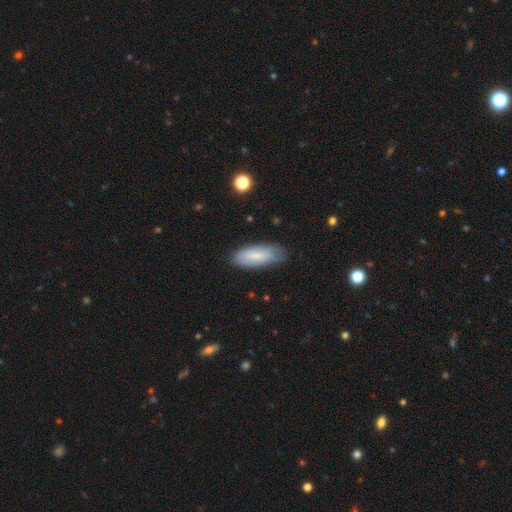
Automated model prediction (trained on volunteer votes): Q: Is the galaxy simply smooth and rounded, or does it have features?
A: smooth — 71%.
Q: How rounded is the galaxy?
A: in between — 71%.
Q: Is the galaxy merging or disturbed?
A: none — 76%.